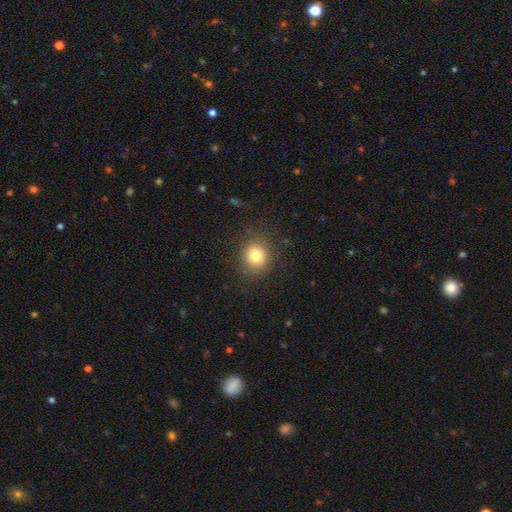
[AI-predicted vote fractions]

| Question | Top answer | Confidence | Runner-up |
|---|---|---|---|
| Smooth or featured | smooth | 81% | star or artifact (12%) |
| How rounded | round | 80% | in between (19%) |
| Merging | none | 86% | minor disturbance (9%) |